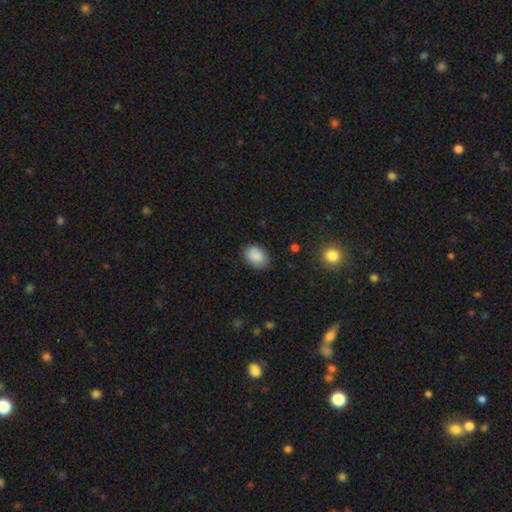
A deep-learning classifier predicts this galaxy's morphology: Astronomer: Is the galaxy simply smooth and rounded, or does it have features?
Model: smooth — 87%.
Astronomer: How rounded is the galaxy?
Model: in between — 71%.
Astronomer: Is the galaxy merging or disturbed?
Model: none — 83%.